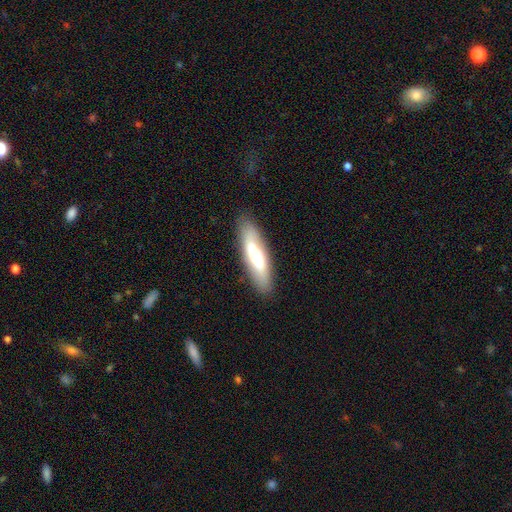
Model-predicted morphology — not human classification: Smooth or featured?
  - smooth: 50% *
  - featured or disk: 44%
  - star or artifact: 6%
Merging?
  - none: 86% *
  - minor disturbance: 10%
  - major disturbance: 3%
  - merger: 2%